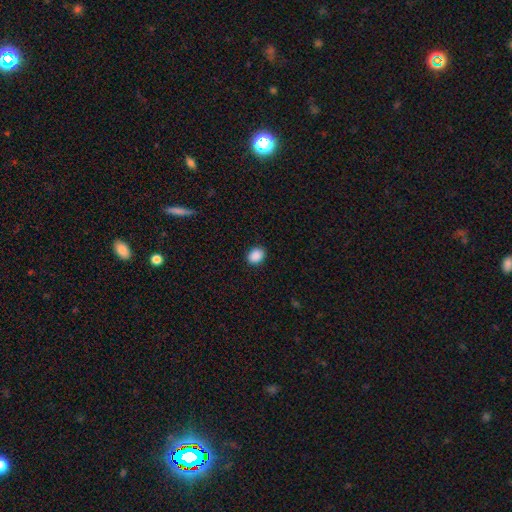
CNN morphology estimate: smooth_or_featured: smooth (p=0.90) [alt: star or artifact p=0.08]
how_rounded: in between (p=0.54) [alt: round p=0.45]
merging: none (p=0.90) [alt: minor disturbance p=0.07]